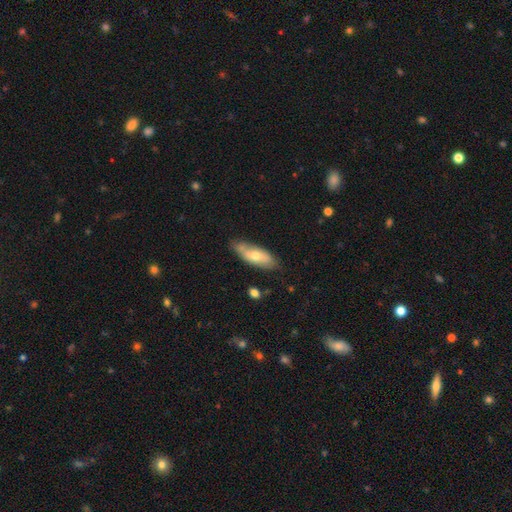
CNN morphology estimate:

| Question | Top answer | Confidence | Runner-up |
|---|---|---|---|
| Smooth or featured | smooth | 54% | featured or disk (40%) |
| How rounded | in between | 70% | cigar-shaped (27%) |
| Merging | none | 65% | minor disturbance (23%) |